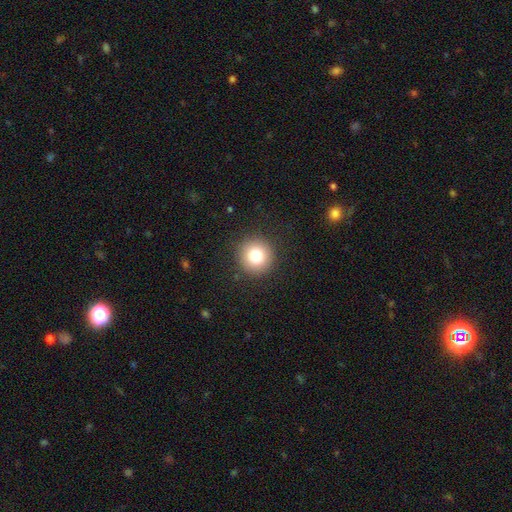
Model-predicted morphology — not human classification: type=smooth (83%); roundness=round (94%); merging=none (90%).